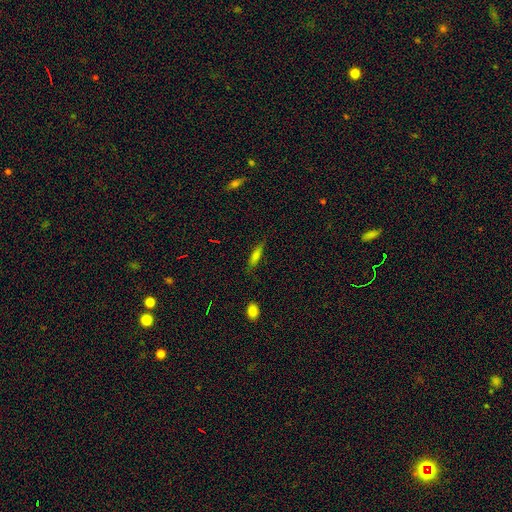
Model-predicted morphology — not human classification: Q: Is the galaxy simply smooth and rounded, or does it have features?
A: smooth — 66%.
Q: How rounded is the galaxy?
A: cigar-shaped — 70%.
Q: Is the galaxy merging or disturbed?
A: none — 76%.